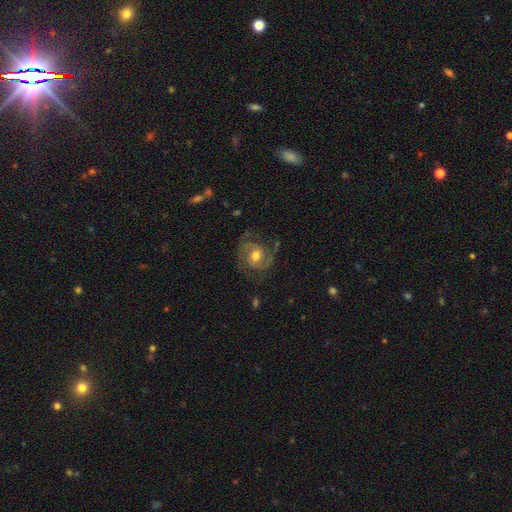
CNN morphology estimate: Smooth or featured?
  - featured or disk: 82% *
  - smooth: 12%
  - star or artifact: 6%
Edge-on disk?
  - no: 98% *
  - yes: 2%
Bar?
  - no: 55% *
  - weak: 37%
  - strong: 8%
Spiral arms?
  - yes: 94% *
  - no: 6%
Spiral winding?
  - medium: 47% *
  - tight: 40%
  - loose: 13%
Spiral arm count?
  - 2: 84% *
  - can't tell: 7%
  - 3: 4%
  - 1: 3%
  - 4: 2%
  - more than 4: 1%
Bulge size?
  - moderate: 73% *
  - large: 13%
  - small: 12%
  - none: 1%
  - dominant: 1%
Merging?
  - none: 73% *
  - minor disturbance: 16%
  - major disturbance: 9%
  - merger: 1%